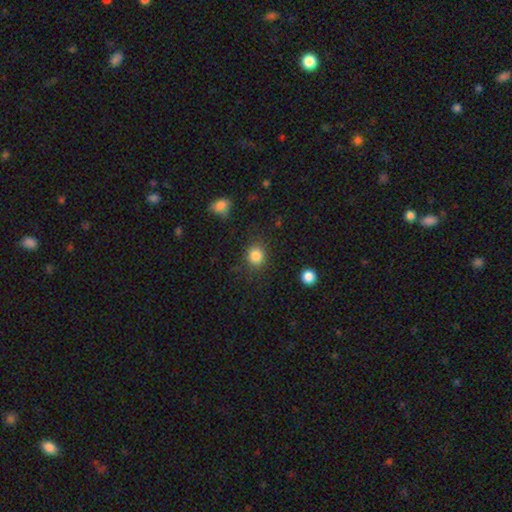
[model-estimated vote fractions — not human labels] The model was most divided on "how rounded": round: 78%, in between: 21%, cigar-shaped: 1%. More confident: smooth or featured — smooth (85%); merging — none (85%).